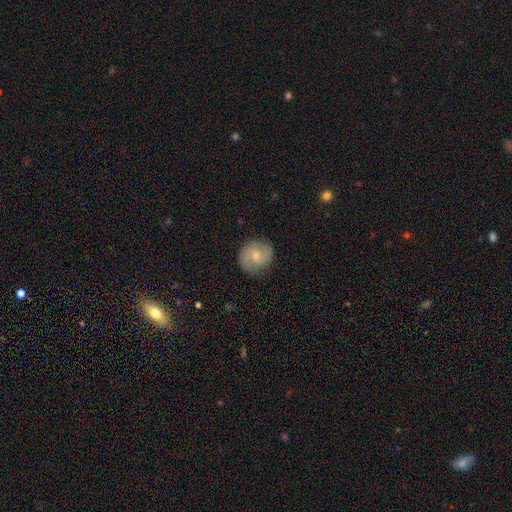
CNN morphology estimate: A featured or disk galaxy (54%) with no bar (52%), spiral arms (88%) and a moderate central bulge (47%). Merging: none (82%).